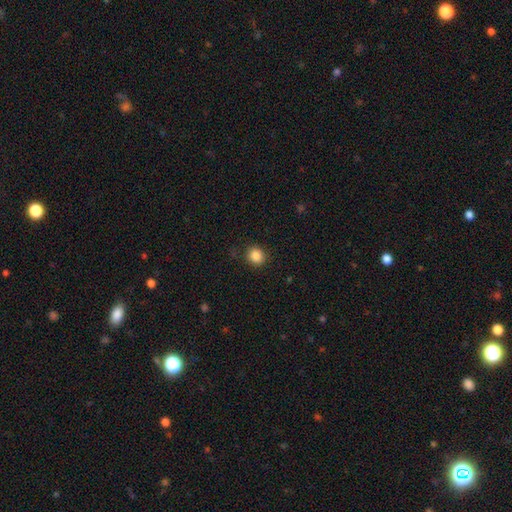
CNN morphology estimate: Smooth or featured? Predicted: smooth (p=0.87). How rounded? Predicted: round (p=0.80). Merging? Predicted: none (p=0.87).